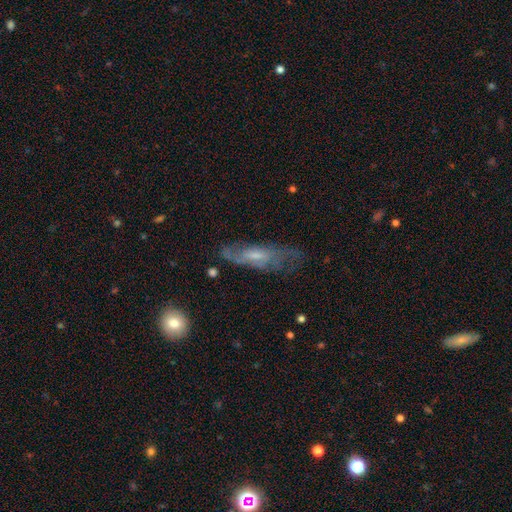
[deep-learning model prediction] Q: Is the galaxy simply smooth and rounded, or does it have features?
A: featured or disk — 64%.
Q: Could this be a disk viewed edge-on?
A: no — 77%.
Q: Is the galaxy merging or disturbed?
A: none — 57%.